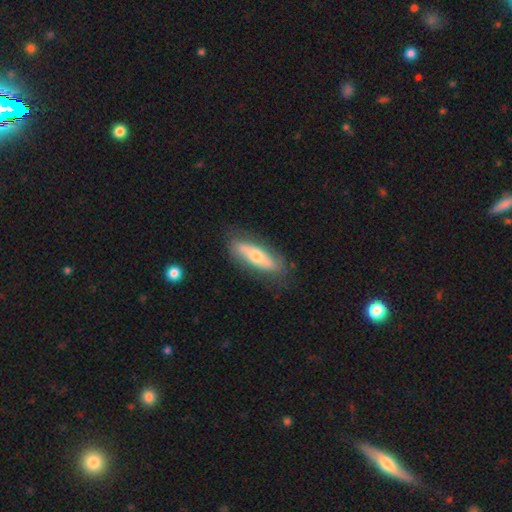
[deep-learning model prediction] Smooth or featured? smooth (49%)
Merging? none (78%)